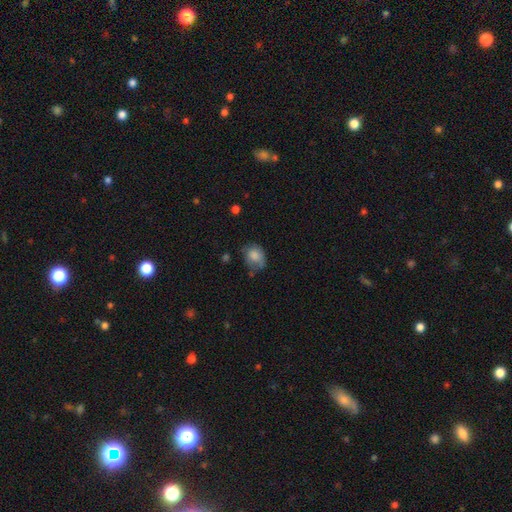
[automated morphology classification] This appears to be a smooth galaxy with no disk features (77%) that is round (54%). Merging: none (45%).